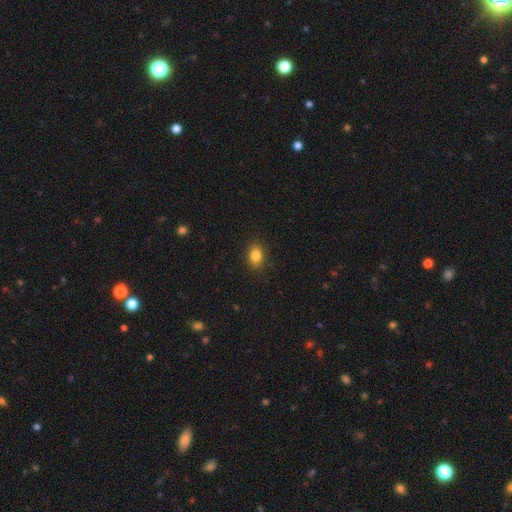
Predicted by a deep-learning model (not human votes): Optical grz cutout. It shows a smooth galaxy with no disk features (84%) that is in between round and cigar-shaped (71%). Merging: none (87%).